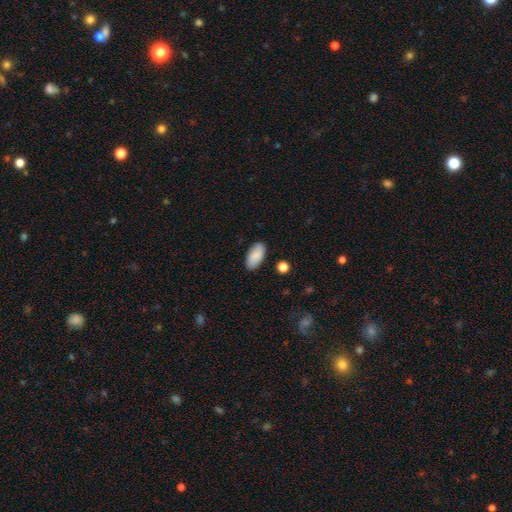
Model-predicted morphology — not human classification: A smooth galaxy with no disk features (88%) that is in between round and cigar-shaped (93%).

Vote fractions:
- Smooth or featured? smooth: 88% / star or artifact: 7% / featured or disk: 5%
- How rounded? in between: 93% / cigar-shaped: 5% / round: 2%
- Merging? none: 86% / minor disturbance: 10% / major disturbance: 2% / merger: 2%